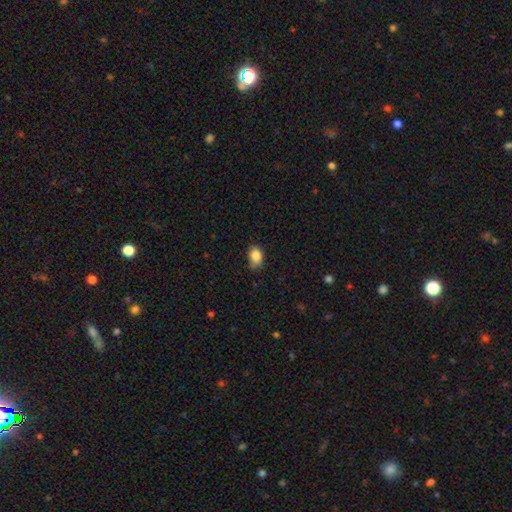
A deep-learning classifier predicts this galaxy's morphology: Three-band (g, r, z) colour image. It shows a smooth galaxy with no disk features (87%) that is in between round and cigar-shaped (76%). Merging: none (67%).